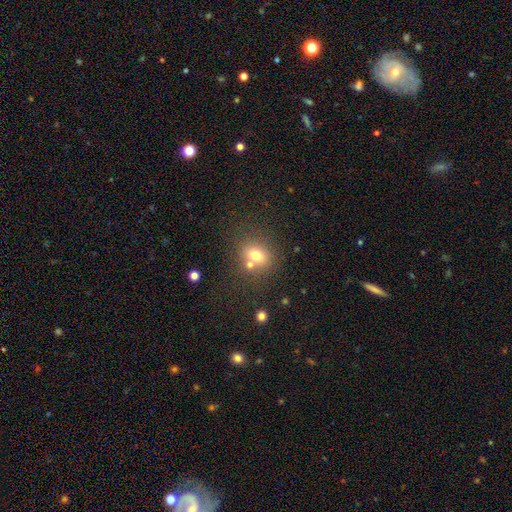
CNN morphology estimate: smooth_or_featured: smooth (p=0.72) [alt: star or artifact p=0.14]
how_rounded: round (p=0.66) [alt: in between p=0.33]
merging: none (p=0.60) [alt: merger p=0.25]